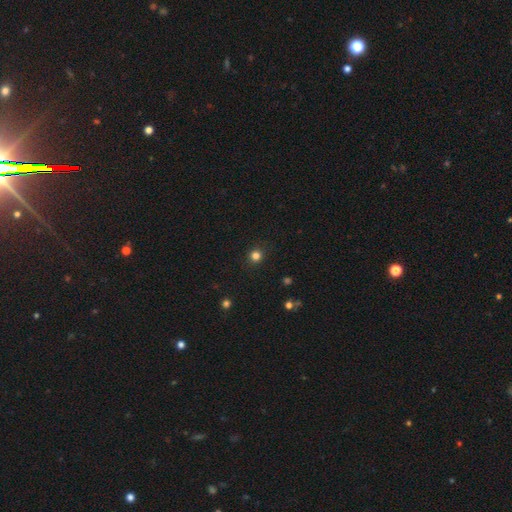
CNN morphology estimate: This is clearly a smooth galaxy (80%). How rounded: clearly round (91%). Merging: clearly none (91%).